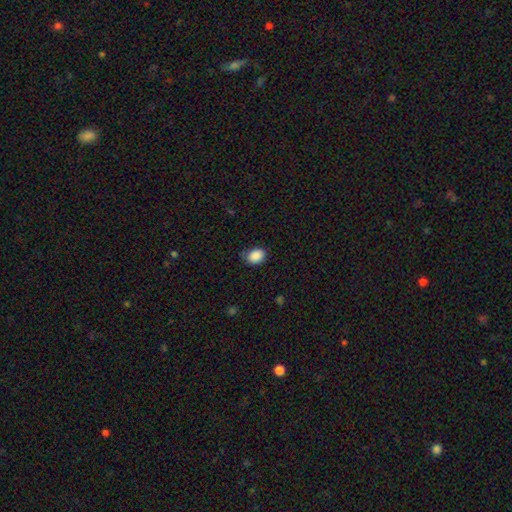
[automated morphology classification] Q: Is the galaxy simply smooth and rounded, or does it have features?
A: smooth — 89%.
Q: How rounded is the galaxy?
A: in between — 71%.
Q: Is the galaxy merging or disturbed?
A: none — 78%.